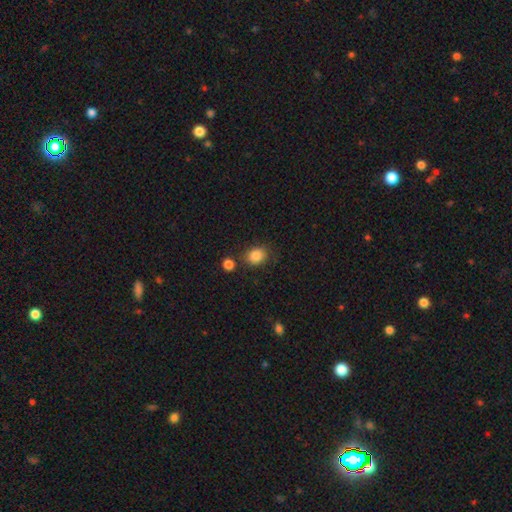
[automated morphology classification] Smooth or featured? smooth (85%)
How rounded? round (57%)
Merging? none (75%)